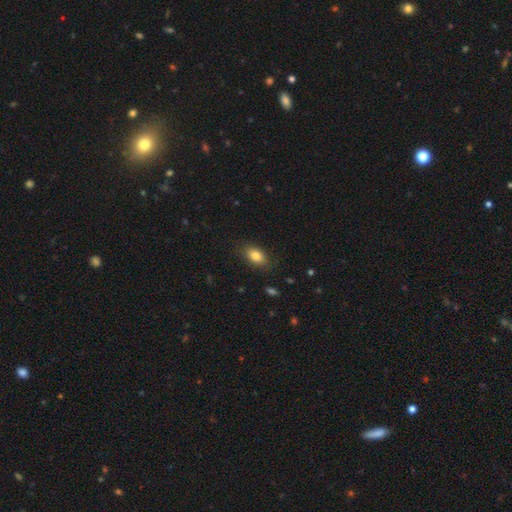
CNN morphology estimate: This is clearly a smooth galaxy (83%). How rounded: clearly in between (88%). Merging: clearly none (84%).